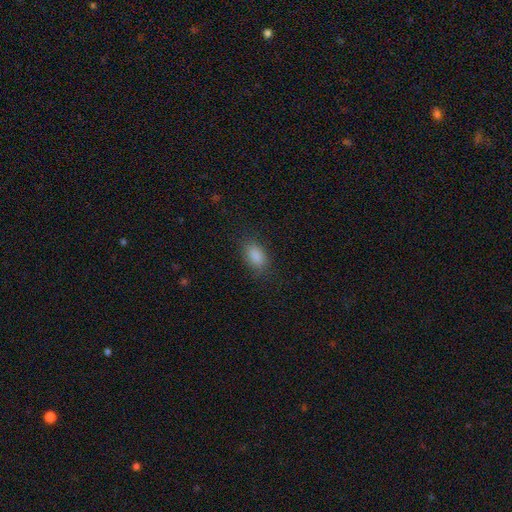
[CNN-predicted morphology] This appears to be a smooth galaxy with no disk features (87%) that is in between round and cigar-shaped (87%). Merging: none (80%).